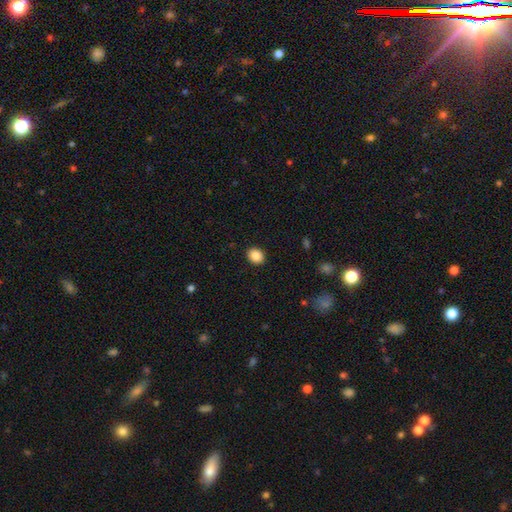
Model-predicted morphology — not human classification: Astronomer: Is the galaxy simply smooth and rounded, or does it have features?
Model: smooth — 88%.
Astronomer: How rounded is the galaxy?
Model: round — 50% (runner-up: in between, 49%).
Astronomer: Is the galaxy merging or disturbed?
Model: none — 91%.